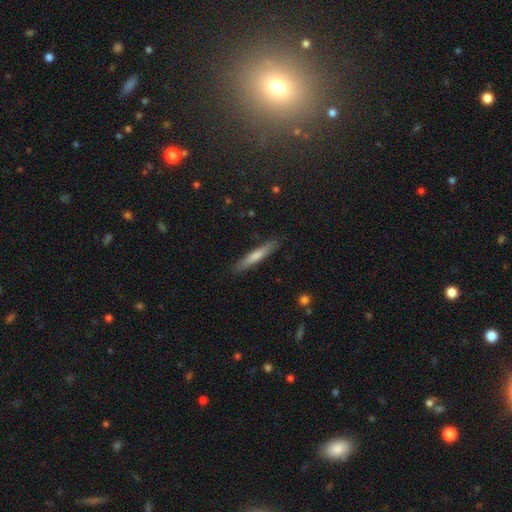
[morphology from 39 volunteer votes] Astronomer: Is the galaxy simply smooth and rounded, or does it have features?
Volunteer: smooth — 59% (runner-up: featured or disk, 36%).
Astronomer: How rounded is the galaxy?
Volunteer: cigar-shaped — 100%.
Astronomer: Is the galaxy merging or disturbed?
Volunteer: none — 84%.